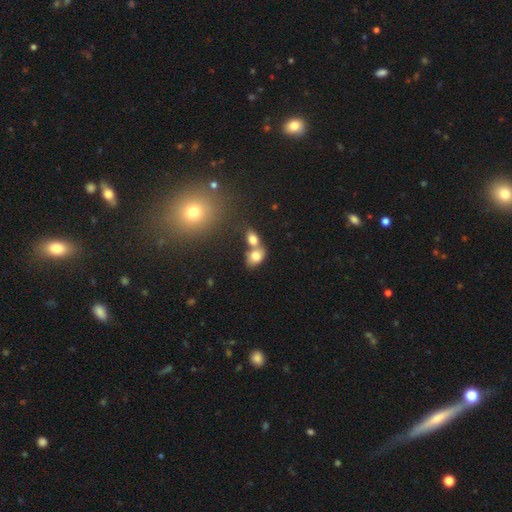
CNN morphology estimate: This appears to be a smooth galaxy with no disk features (76%) that is in between round and cigar-shaped (76%). Merging: merger (55%).